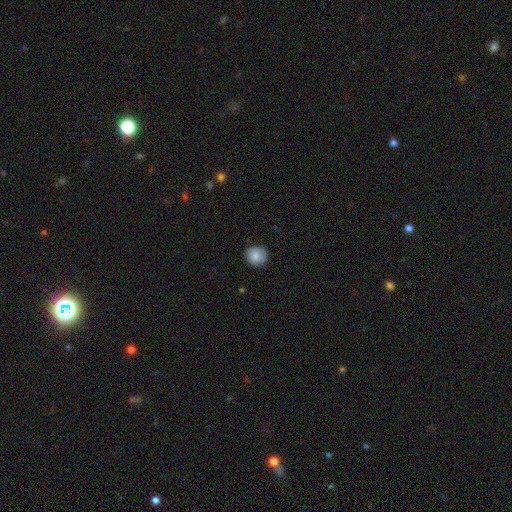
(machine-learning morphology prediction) Smooth or featured?
  - smooth: 83% *
  - featured or disk: 10%
  - star or artifact: 8%
How rounded?
  - round: 88% *
  - in between: 11%
  - cigar-shaped: 1%
Merging?
  - none: 80% *
  - minor disturbance: 16%
  - major disturbance: 3%
  - merger: 1%